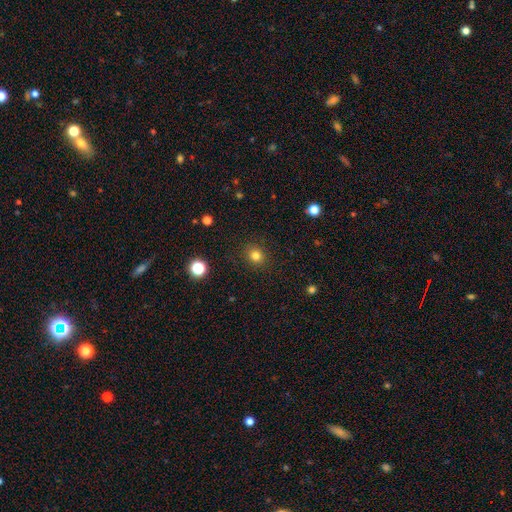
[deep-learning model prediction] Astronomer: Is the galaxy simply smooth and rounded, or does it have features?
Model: smooth — 81%.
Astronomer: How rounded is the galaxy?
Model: round — 83%.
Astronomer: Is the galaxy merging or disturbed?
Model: none — 89%.